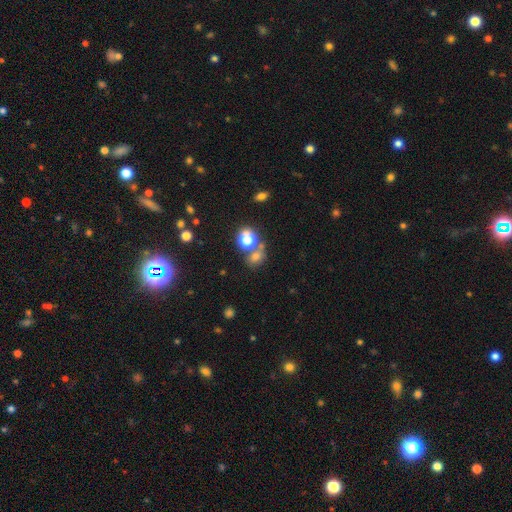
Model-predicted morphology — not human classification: Overall: star or artifact (52%; smooth 35%).